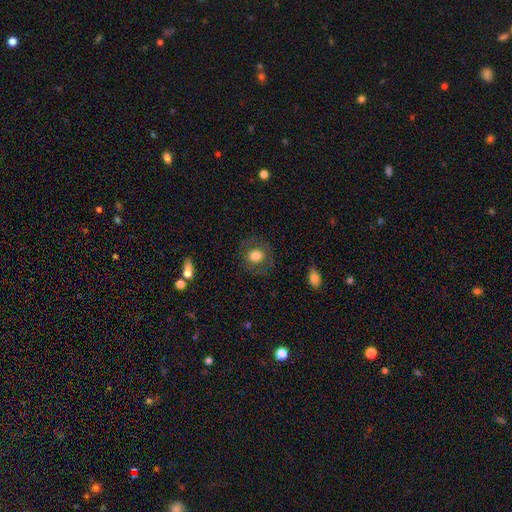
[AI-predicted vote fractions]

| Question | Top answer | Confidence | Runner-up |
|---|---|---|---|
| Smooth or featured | smooth | 69% | featured or disk (23%) |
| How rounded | round | 69% | in between (30%) |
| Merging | none | 78% | minor disturbance (13%) |